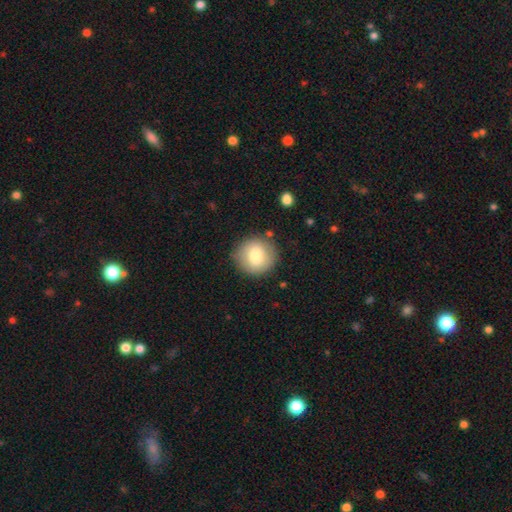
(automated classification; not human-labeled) Morphology: type=smooth (78%); roundness=round (91%); merging=none (85%).